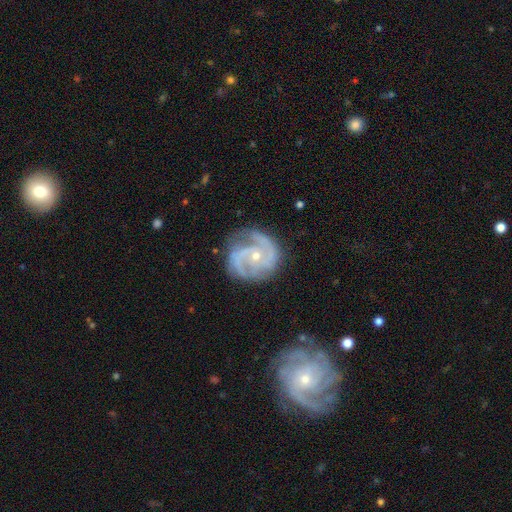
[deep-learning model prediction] A featured or disk galaxy (90%) with no bar (63%), 2 (63%) tight (45%, tied with medium) spiral arms (98%) and a small central bulge (71%).

Vote fractions:
- Smooth or featured? featured or disk: 90% / star or artifact: 5% / smooth: 5%
- Edge-on disk? no: 98% / yes: 2%
- Bar? no: 63% / weak: 27% / strong: 10%
- Spiral arms? yes: 98% / no: 2%
- Spiral winding? tight: 45% (tied) / medium: 45% (tied) / loose: 9%
- Spiral arm count? 2: 63% / 3: 20% / can't tell: 7% / 1: 4% / 4: 3% / more than 4: 3%
- Bulge size? small: 71% / moderate: 26% / none: 1% / large: 1% / dominant: 1%
- Merging? none: 71% / minor disturbance: 19% / major disturbance: 7% / merger: 2%